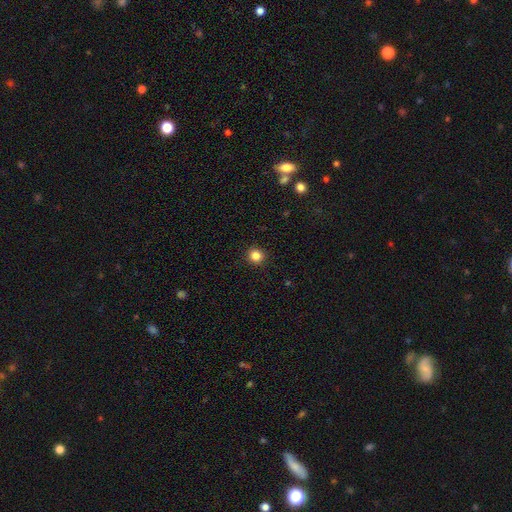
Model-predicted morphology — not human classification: Overall: smooth (84%). How rounded: round (93%). Merging: none (93%).